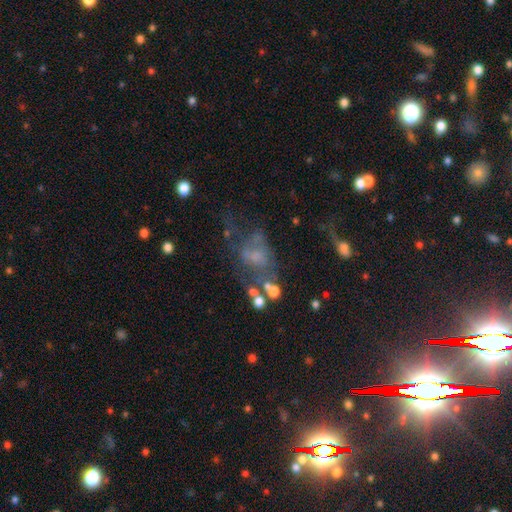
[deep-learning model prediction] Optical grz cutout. It shows a featured or disk galaxy (50%). Merging: major disturbance (38%).